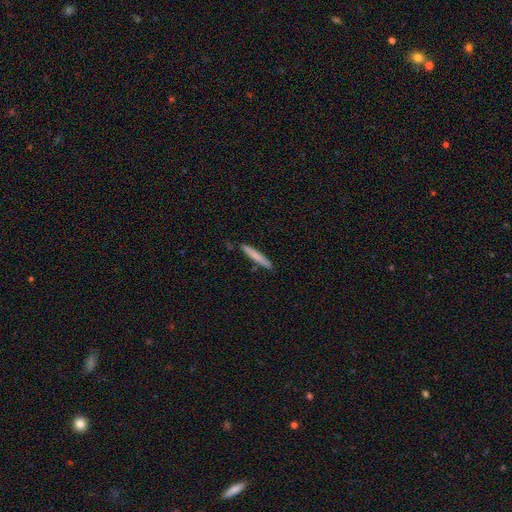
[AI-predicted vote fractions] Smooth or featured? smooth (75%)
How rounded? cigar-shaped (96%)
Merging? none (87%)